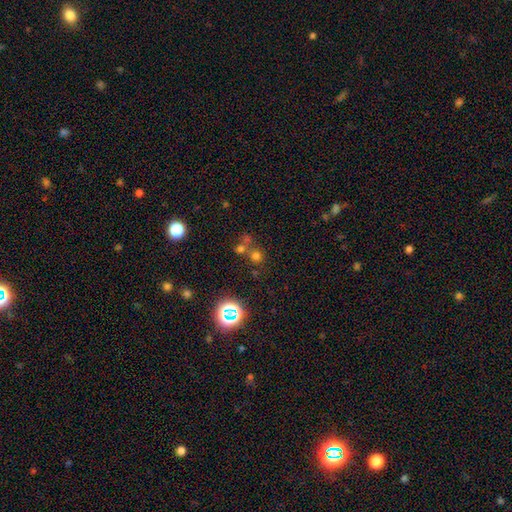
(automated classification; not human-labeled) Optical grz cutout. It shows a smooth galaxy with no disk features (56%) that is round (90%). Merging: none (56%).